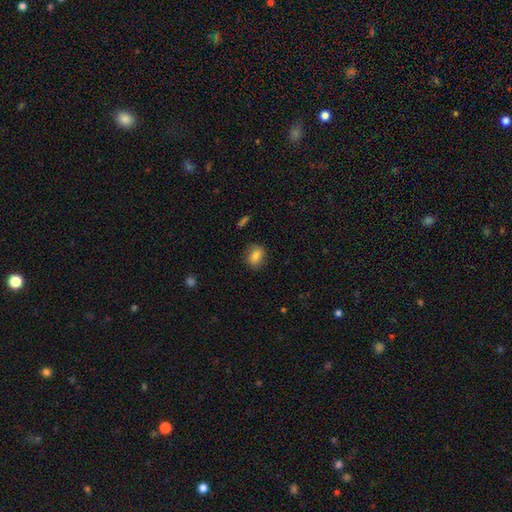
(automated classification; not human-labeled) Smooth or featured? smooth (81%)
How rounded? round (50%)
Merging? none (84%)